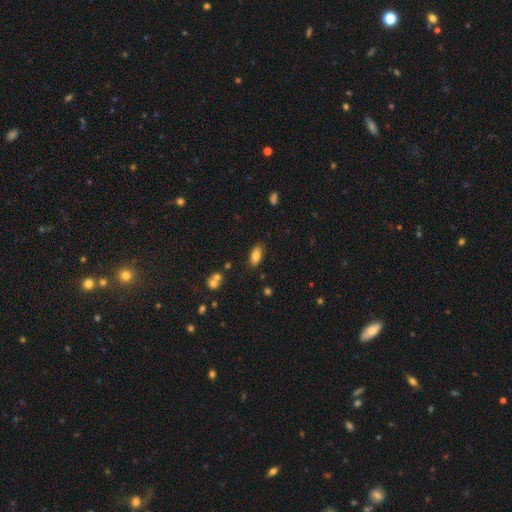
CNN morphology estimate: A smooth galaxy with no disk features (83%) that is in between round and cigar-shaped (88%). Merging: none (82%).